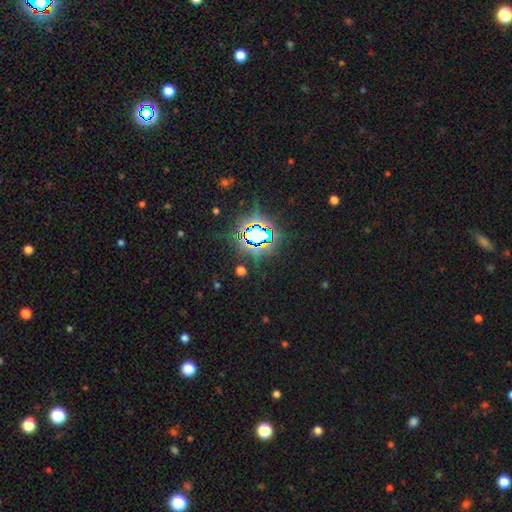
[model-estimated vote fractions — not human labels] smooth-or-featured: star or artifact: 81% | smooth: 11% | featured or disk: 8%